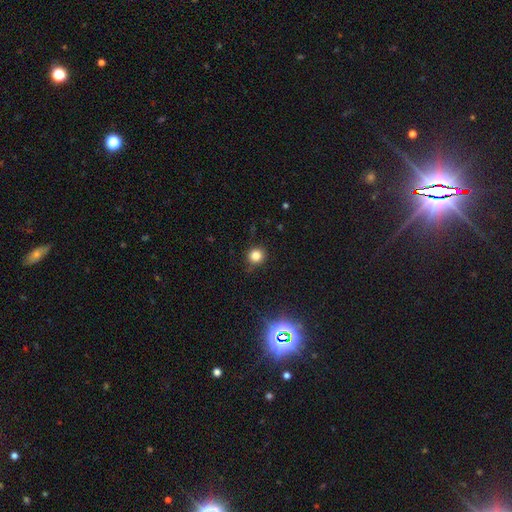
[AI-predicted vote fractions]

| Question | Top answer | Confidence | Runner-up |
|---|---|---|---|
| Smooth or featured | smooth | 80% | star or artifact (15%) |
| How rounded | round | 91% | in between (8%) |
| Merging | none | 86% | minor disturbance (10%) |